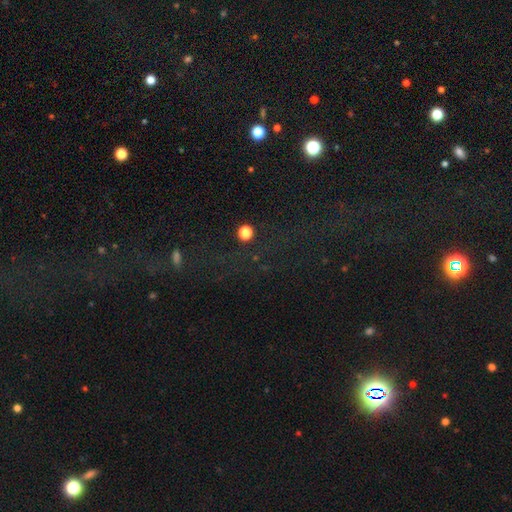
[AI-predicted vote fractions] Smooth or featured?
  - star or artifact: 72% *
  - smooth: 15%
  - featured or disk: 13%